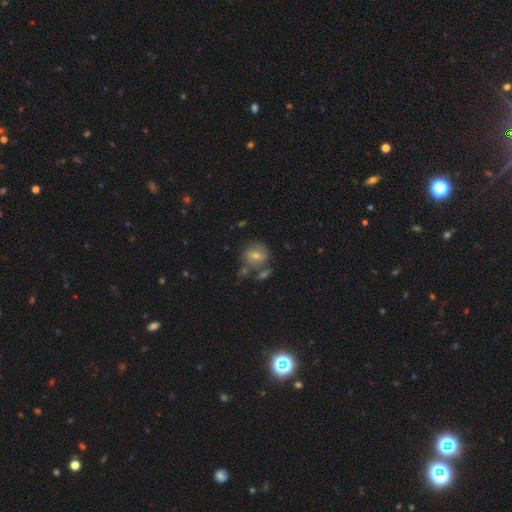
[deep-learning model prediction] smooth_or_featured: smooth (p=0.63) [alt: featured or disk p=0.27]
how_rounded: round (p=0.75) [alt: in between p=0.24]
merging: none (p=0.55) [alt: merger p=0.21]